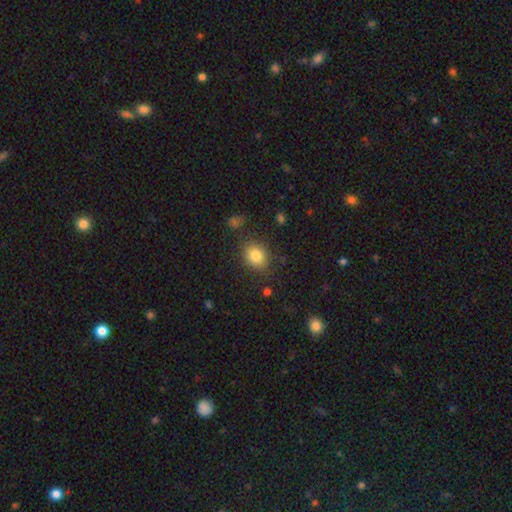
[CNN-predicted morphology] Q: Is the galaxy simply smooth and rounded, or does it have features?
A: smooth — 82%.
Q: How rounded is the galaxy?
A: round — 59%.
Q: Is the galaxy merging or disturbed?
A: none — 83%.